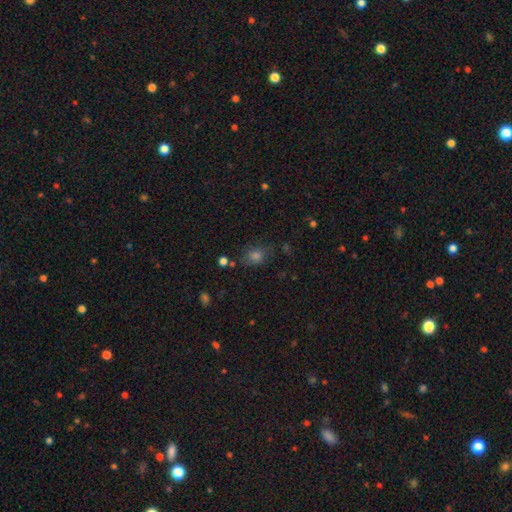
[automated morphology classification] smooth 66%, star or artifact 24%, featured or disk 10%. Down the decision tree: how rounded — in between (53%); merging — none (73%).